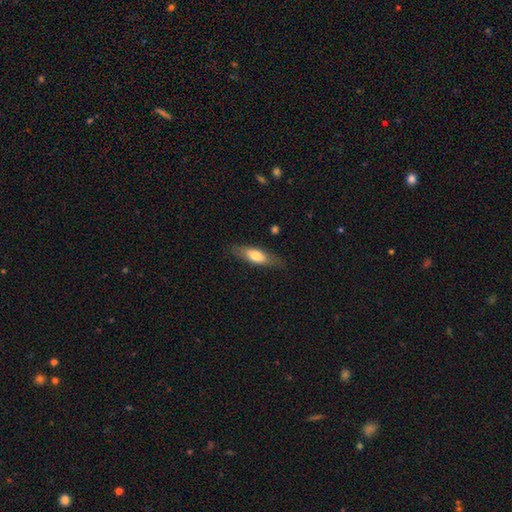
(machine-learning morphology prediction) Smooth or featured? Predicted: smooth (p=0.64). How rounded? Predicted: in between (p=0.56). Merging? Predicted: none (p=0.79).